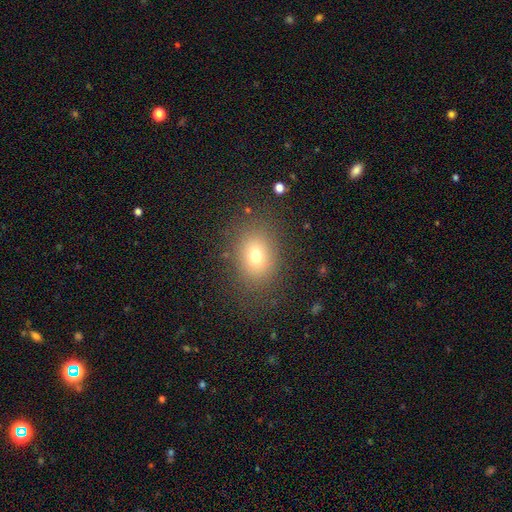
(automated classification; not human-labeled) This appears to be a smooth galaxy with no disk features (73%) that is in between round and cigar-shaped (63%). Merging: none (82%).